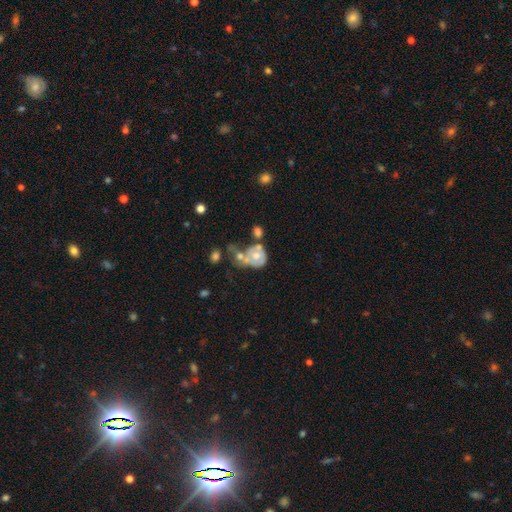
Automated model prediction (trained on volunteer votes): The model was most divided on "smooth or featured": featured or disk: 48%, smooth: 44%, star or artifact: 8%. Remaining: merging — merger (49%).